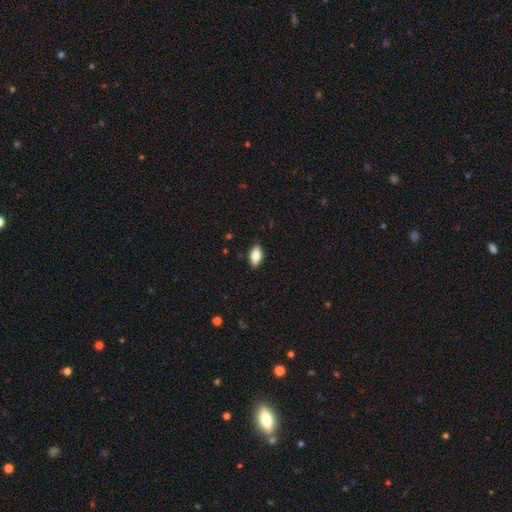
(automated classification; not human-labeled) smooth_or_featured: smooth (p=0.76) [alt: featured or disk p=0.17]
how_rounded: in between (p=0.87) [alt: cigar-shaped p=0.10]
merging: none (p=0.88) [alt: minor disturbance p=0.10]